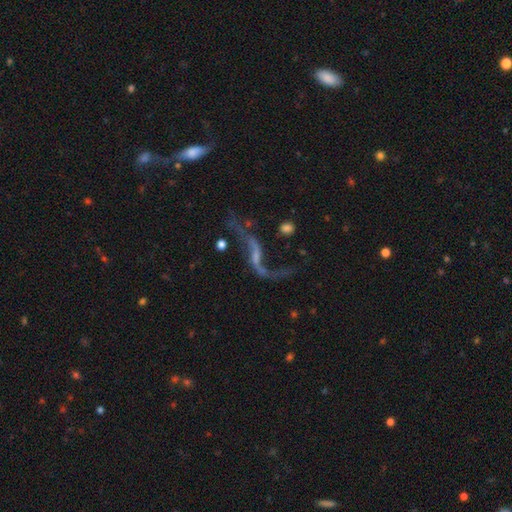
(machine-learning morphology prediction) This appears to be a featured or disk galaxy (75%) with no bar (41%), 2 (85%) loose (92%) spiral arms (81%) and a small central bulge (44%). Merging: none (48%).